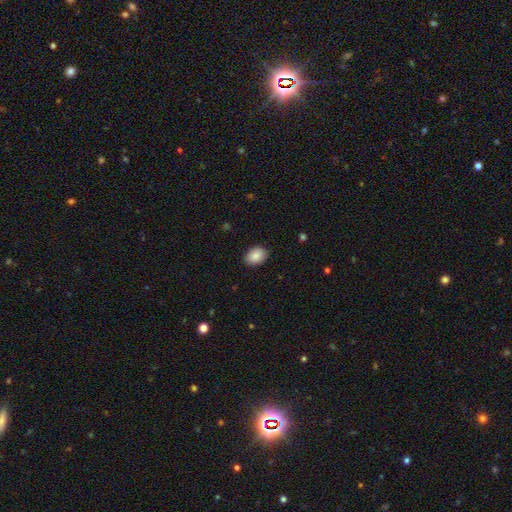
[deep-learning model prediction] Smooth or featured? smooth (89%)
How rounded? in between (81%)
Merging? none (88%)